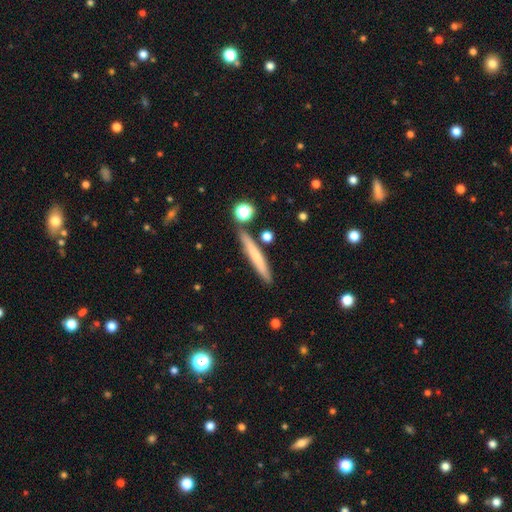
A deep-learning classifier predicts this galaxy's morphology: Smooth or featured? smooth (63%)
How rounded? cigar-shaped (95%)
Merging? none (84%)